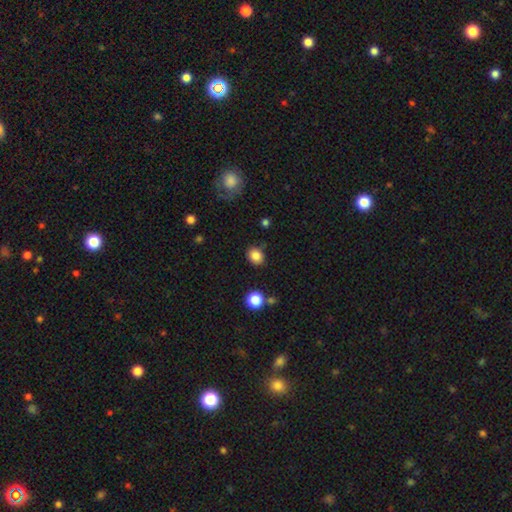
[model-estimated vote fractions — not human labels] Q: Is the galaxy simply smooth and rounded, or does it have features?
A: smooth — 84%.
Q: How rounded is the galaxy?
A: round — 62%.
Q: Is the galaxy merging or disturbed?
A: none — 84%.